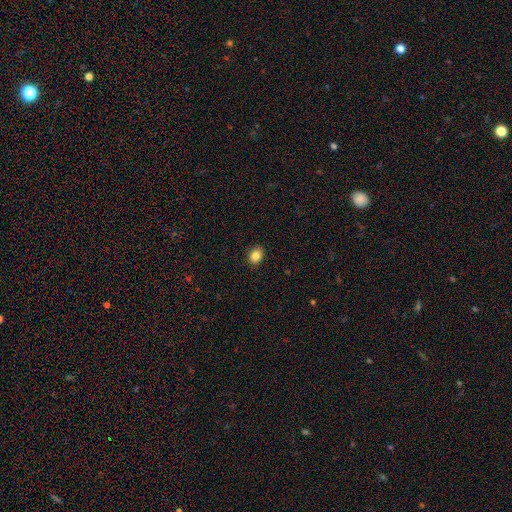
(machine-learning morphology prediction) type=smooth (85%); roundness=in between (56%); merging=none (90%).